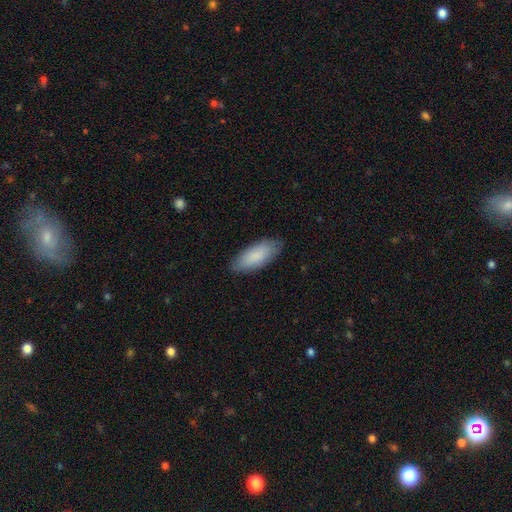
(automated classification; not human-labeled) smooth-or-featured: smooth: 86% | featured or disk: 8% | star or artifact: 5%
  how-rounded: in between: 81% | cigar-shaped: 17% | round: 2%
  merging: none: 85% | minor disturbance: 12% | major disturbance: 2% | merger: 1%